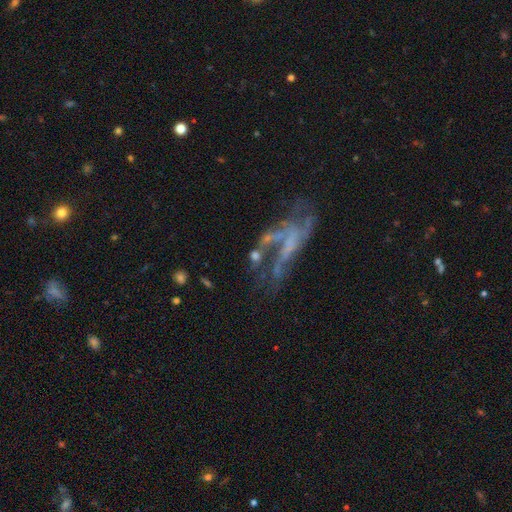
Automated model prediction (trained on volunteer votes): A featured or disk galaxy (51%). Merging: none (32%).